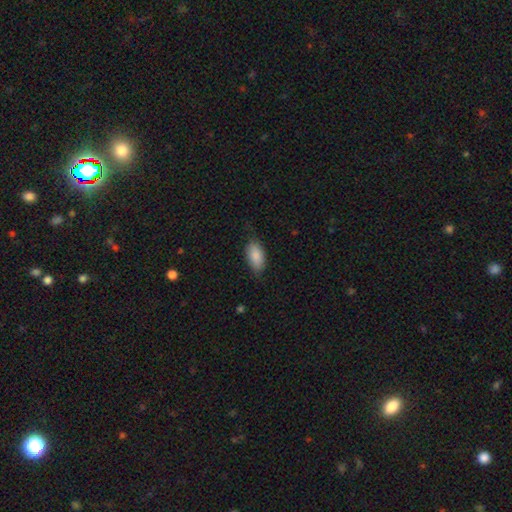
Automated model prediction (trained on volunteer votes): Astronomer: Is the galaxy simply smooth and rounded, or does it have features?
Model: smooth — 87%.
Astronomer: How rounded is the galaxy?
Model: in between — 92%.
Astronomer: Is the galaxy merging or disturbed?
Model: none — 74%.